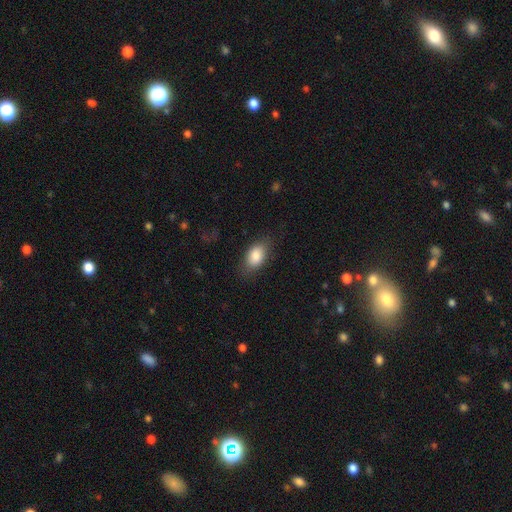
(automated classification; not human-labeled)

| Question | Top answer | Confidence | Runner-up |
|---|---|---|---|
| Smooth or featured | smooth | 85% | featured or disk (8%) |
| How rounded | in between | 89% | round (8%) |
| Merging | none | 77% | minor disturbance (16%) |